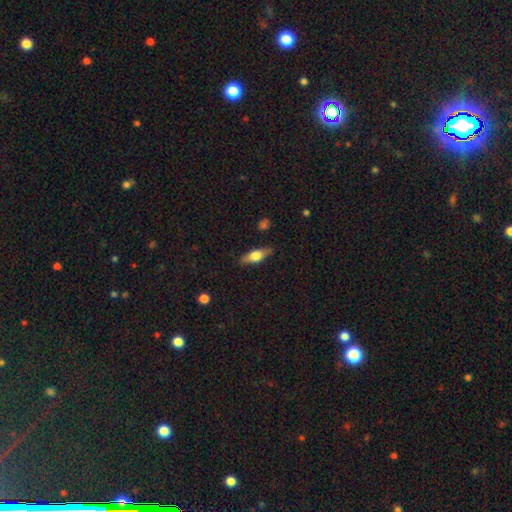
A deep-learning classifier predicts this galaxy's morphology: Overall: smooth (53%; featured or disk 40%). How rounded: in between (56%; cigar-shaped 40%). Merging: none (85%).